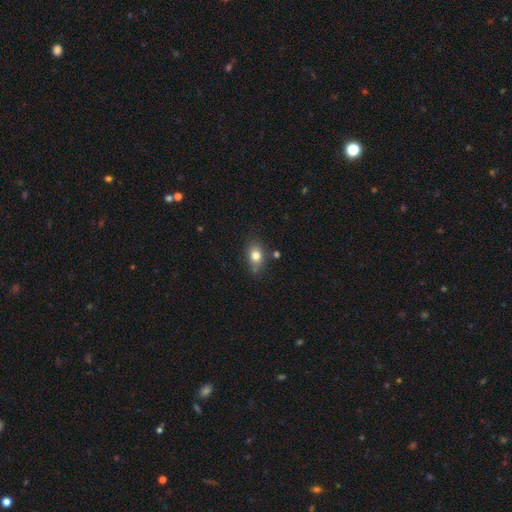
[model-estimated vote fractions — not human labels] The model was most divided on "how rounded": in between: 70%, round: 28%, cigar-shaped: 2%. More confident: smooth or featured — smooth (78%); merging — none (74%).